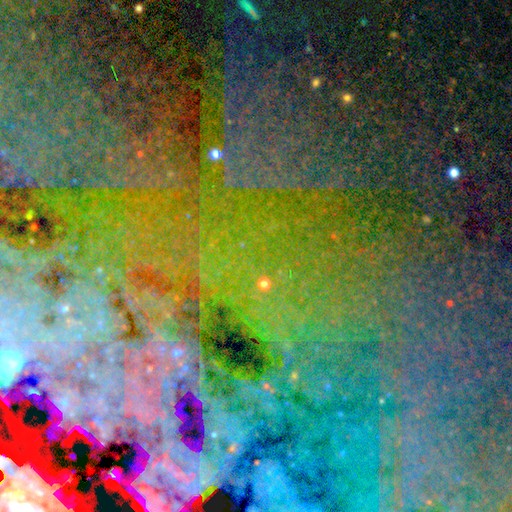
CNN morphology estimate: Overall: star or artifact (76%).